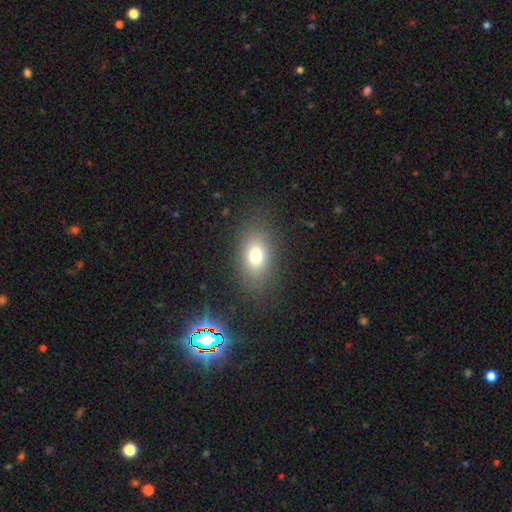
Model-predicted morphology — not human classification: Smooth or featured: smooth — 74% (star or artifact — 13%)
How rounded: in between — 79% (round — 19%)
Merging: none — 83% (minor disturbance — 10%)